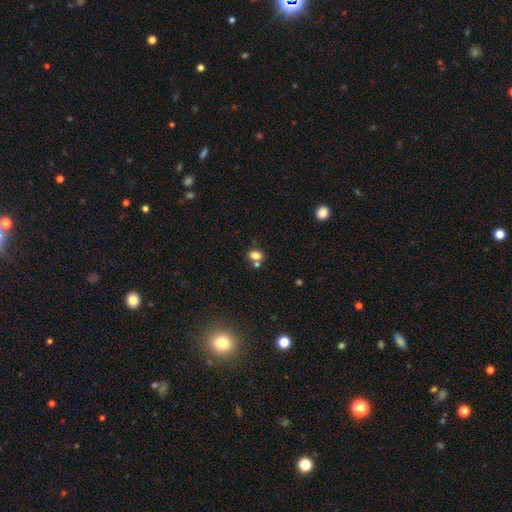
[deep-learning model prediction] Smooth or featured? Predicted: smooth (p=0.78). How rounded? Predicted: in between (p=0.65). Merging? Predicted: none (p=0.57).